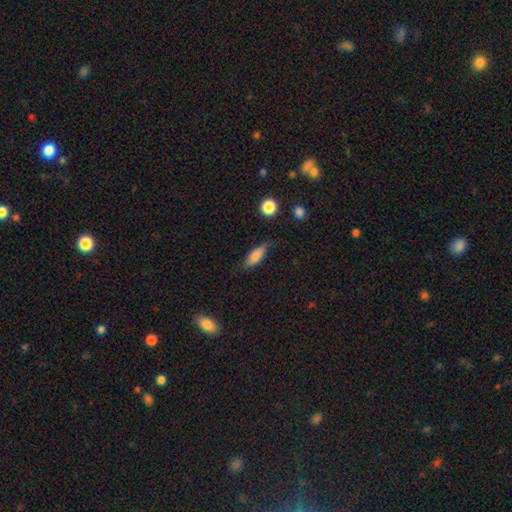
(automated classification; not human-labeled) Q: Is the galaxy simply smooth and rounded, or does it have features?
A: smooth — 79%.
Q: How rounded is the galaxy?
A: in between — 62%.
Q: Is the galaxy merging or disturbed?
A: none — 65%.